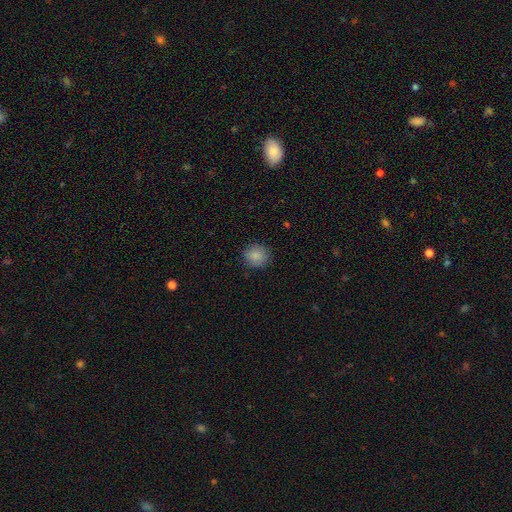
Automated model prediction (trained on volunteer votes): A smooth galaxy with no disk features (87%) that is round (84%).

Vote fractions:
- Smooth or featured? smooth: 87% / star or artifact: 9% / featured or disk: 4%
- How rounded? round: 84% / in between: 15% / cigar-shaped: 1%
- Merging? none: 88% / minor disturbance: 9% / major disturbance: 2% / merger: 1%